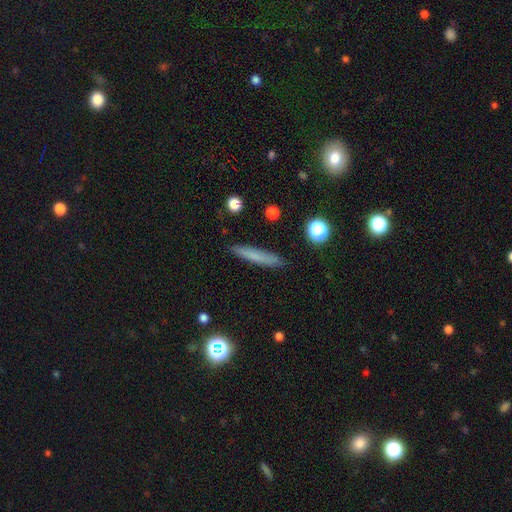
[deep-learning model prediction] This is likely a smooth galaxy (70%). How rounded: clearly cigar-shaped (93%). Merging: clearly none (89%).